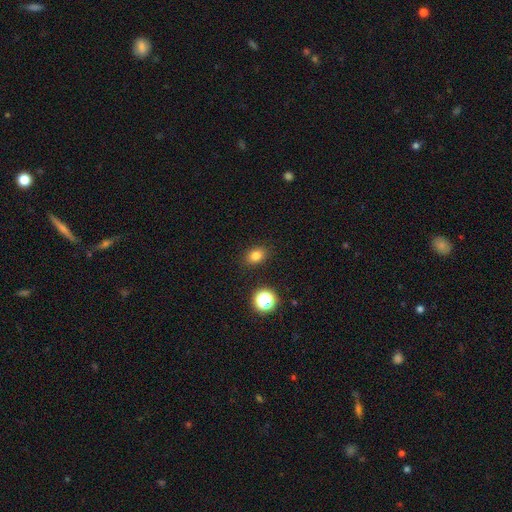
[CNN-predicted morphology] Q: Smooth or featured?
A: smooth (78%); runner-up: star or artifact (15%)
Q: How rounded?
A: in between (63%); runner-up: round (36%)
Q: Merging?
A: none (88%); runner-up: minor disturbance (8%)